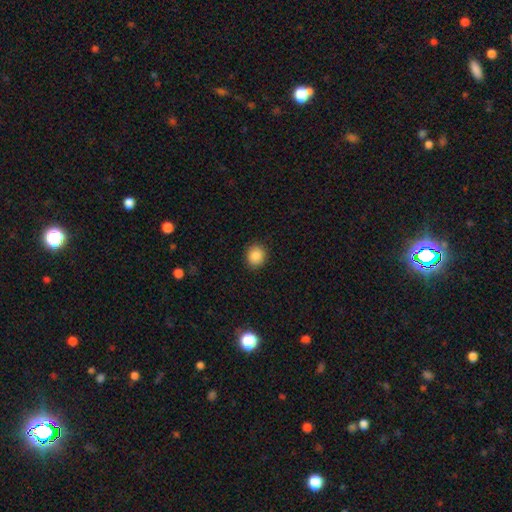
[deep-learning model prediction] A smooth galaxy with no disk features (88%) that is round (78%). Merging: none (90%).